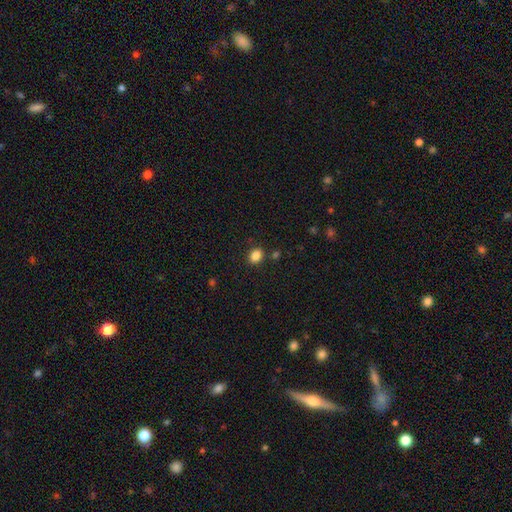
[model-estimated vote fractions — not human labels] A smooth galaxy with no disk features (86%) that is in between round and cigar-shaped (65%). Merging: none (82%).